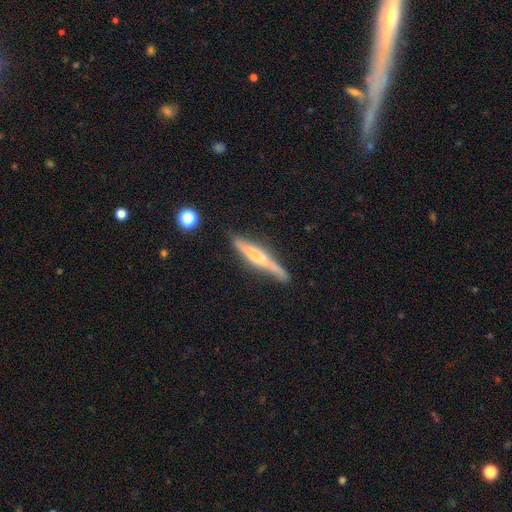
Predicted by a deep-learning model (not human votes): Smooth or featured? Predicted: featured or disk (p=0.57). Edge-on disk? Predicted: yes (p=0.91). Edge-on bulge? Predicted: rounded (p=0.44). Merging? Predicted: none (p=0.72).